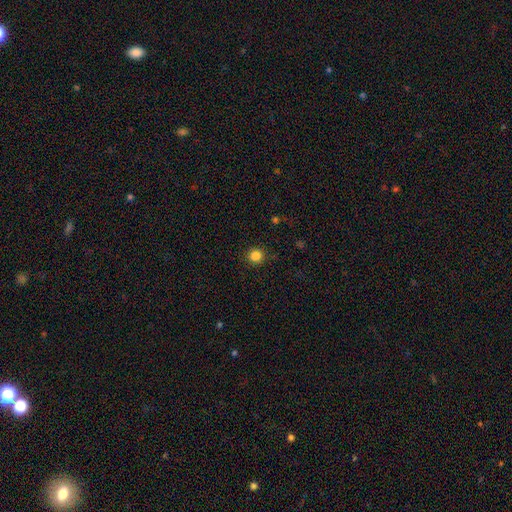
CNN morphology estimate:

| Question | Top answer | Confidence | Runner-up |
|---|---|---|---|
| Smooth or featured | smooth | 84% | star or artifact (13%) |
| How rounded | round | 93% | in between (6%) |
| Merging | none | 91% | minor disturbance (6%) |